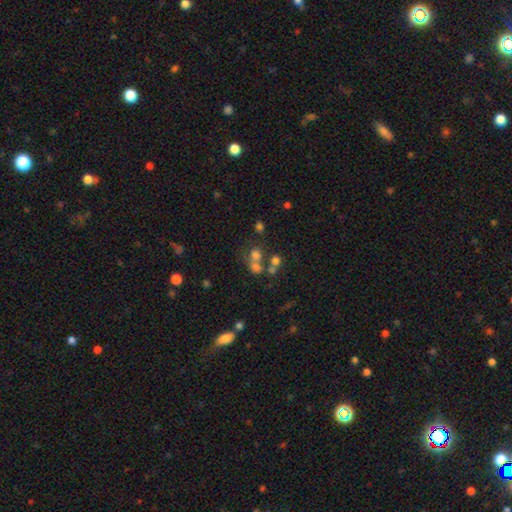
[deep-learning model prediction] This is likely a smooth galaxy (60%). How rounded: likely round (73%). Merging: possibly none (45%).